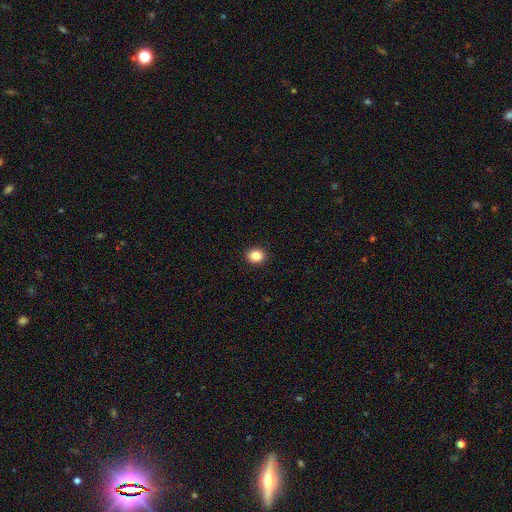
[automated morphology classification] Smooth or featured: smooth — 86% (star or artifact — 10%)
How rounded: round — 68% (in between — 32%)
Merging: none — 92% (minor disturbance — 6%)